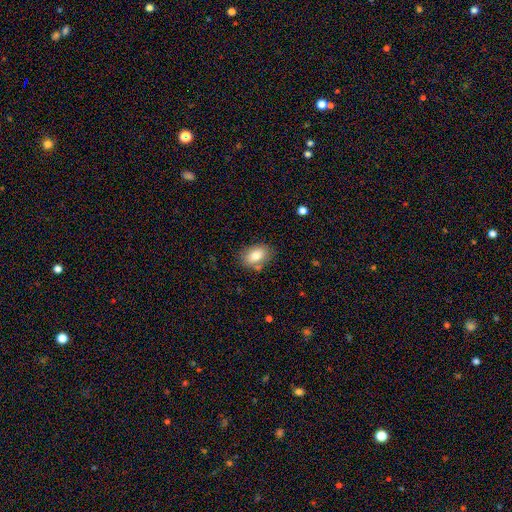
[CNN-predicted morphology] Smooth or featured? Predicted: smooth (p=0.79). How rounded? Predicted: in between (p=0.85). Merging? Predicted: none (p=0.77).